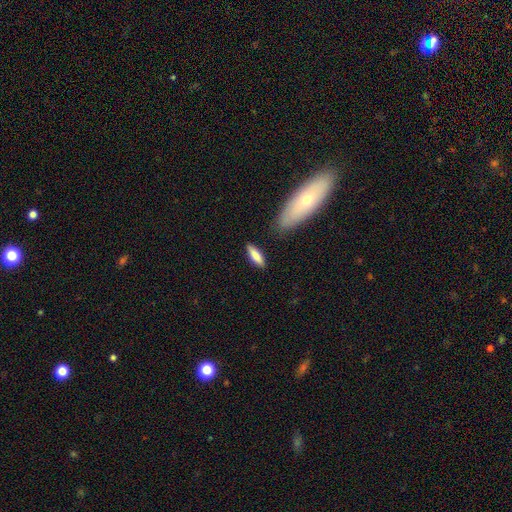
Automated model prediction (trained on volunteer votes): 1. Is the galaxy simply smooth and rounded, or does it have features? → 82% smooth, 12% featured or disk, 6% star or artifact.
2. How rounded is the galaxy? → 50% cigar-shaped, 48% in between, 2% round.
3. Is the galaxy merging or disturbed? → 82% none, 12% minor disturbance, 3% merger, 3% major disturbance.